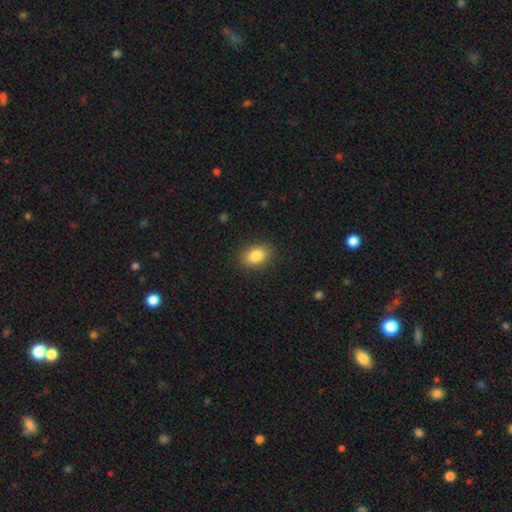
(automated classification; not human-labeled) smooth 86%, star or artifact 9%, featured or disk 6%. Down the decision tree: how rounded — in between (71%); merging — none (87%).